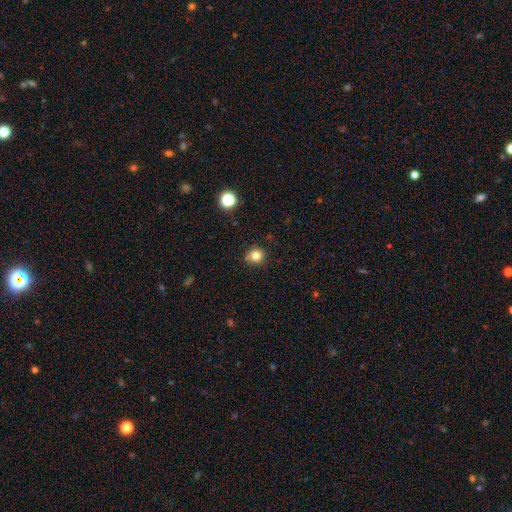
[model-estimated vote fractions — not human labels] The model was most divided on "merging": none: 80%, minor disturbance: 15%, major disturbance: 3%, merger: 2%. More confident: how rounded — round (88%); smooth or featured — smooth (81%).